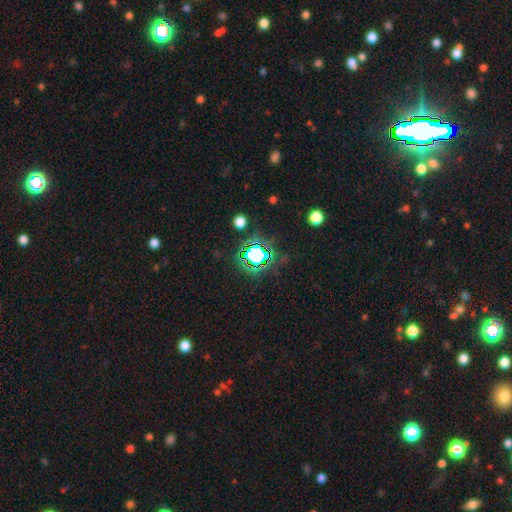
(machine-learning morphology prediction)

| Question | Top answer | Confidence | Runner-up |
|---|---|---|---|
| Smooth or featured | star or artifact | 77% | smooth (15%) |